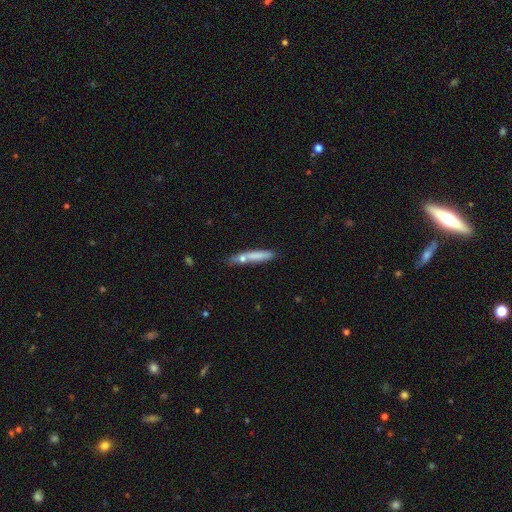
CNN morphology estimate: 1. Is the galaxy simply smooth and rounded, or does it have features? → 71% smooth, 23% featured or disk, 7% star or artifact.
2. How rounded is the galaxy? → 90% cigar-shaped, 8% in between, 2% round.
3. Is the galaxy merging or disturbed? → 67% none, 16% minor disturbance, 13% merger, 4% major disturbance.